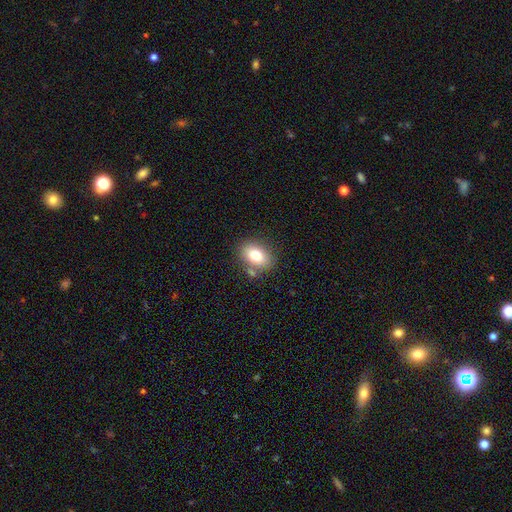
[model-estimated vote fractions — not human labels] Smooth or featured? Predicted: smooth (p=0.78). How rounded? Predicted: in between (p=0.78). Merging? Predicted: none (p=0.75).